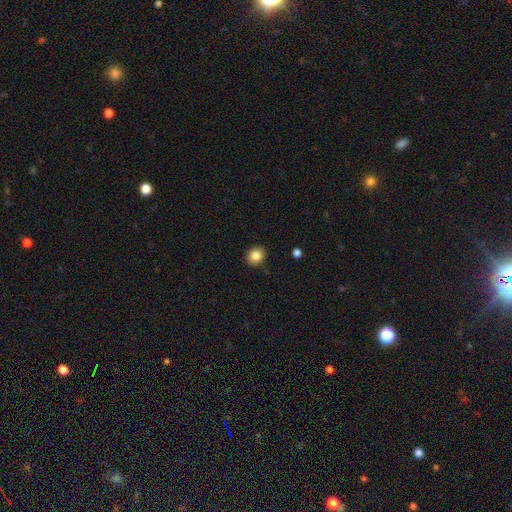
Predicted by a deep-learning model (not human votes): smooth 85%, star or artifact 10%, featured or disk 5%. Down the decision tree: how rounded — round (79%); merging — none (90%).